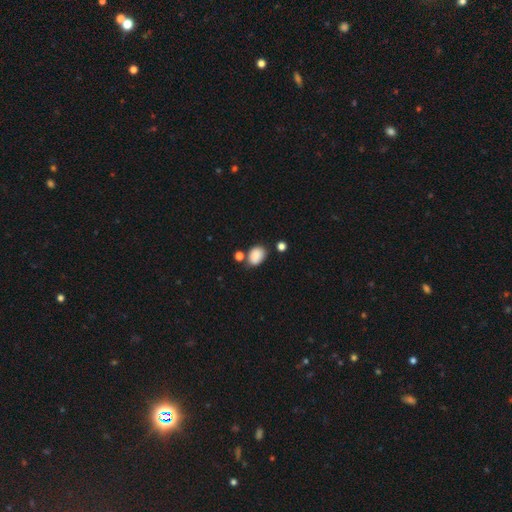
A smooth galaxy with no disk features (83%) that is in between round and cigar-shaped (70%). Merging: none (57%).